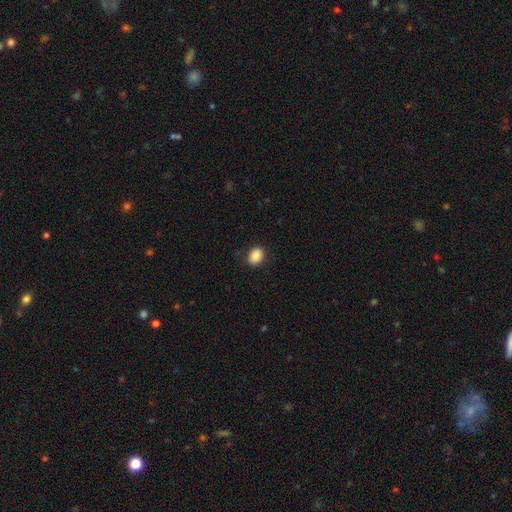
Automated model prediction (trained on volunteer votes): Smooth or featured? Predicted: smooth (p=0.89). How rounded? Predicted: in between (p=0.67). Merging? Predicted: none (p=0.87).